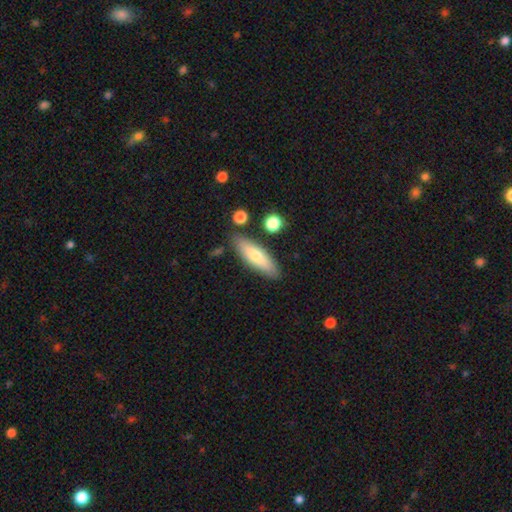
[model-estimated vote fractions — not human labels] A smooth galaxy with no disk features (63%) that is cigar-shaped (57%). Merging: none (83%).